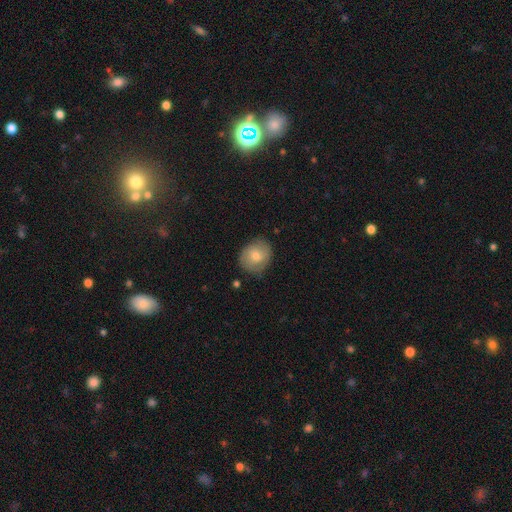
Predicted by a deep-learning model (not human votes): A smooth galaxy with no disk features (72%) that is round (67%). Merging: none (78%).